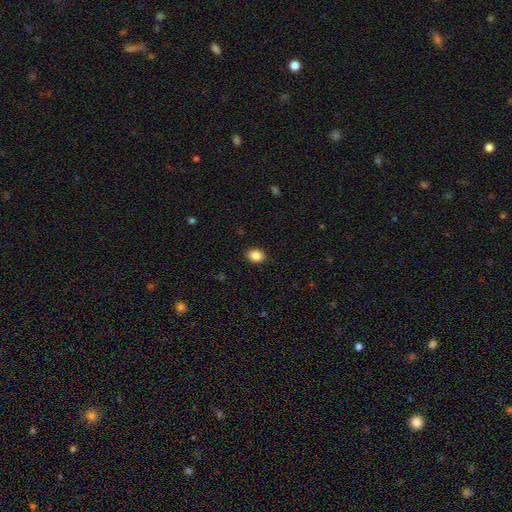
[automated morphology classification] Smooth or featured? smooth (87%)
How rounded? in between (66%)
Merging? none (89%)